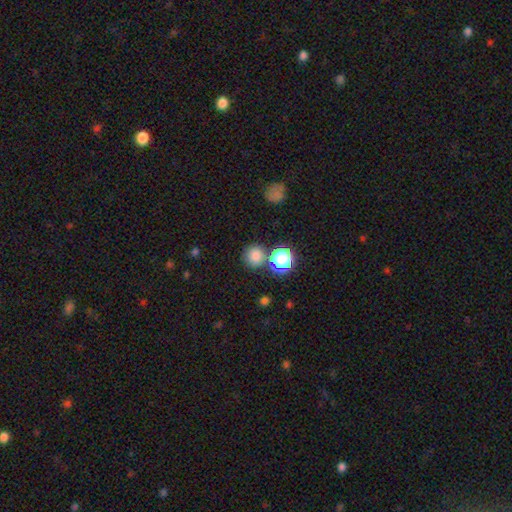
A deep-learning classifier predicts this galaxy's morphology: Smooth or featured: smooth — 77% (star or artifact — 18%)
How rounded: round — 88% (in between — 11%)
Merging: none — 73% (merger — 14%)